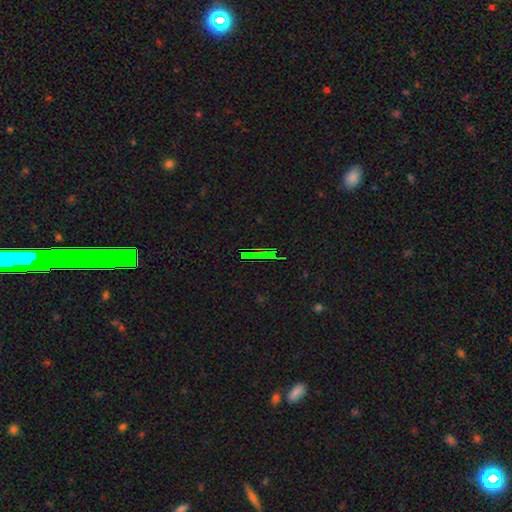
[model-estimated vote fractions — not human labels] smooth_or_featured: star or artifact (p=0.60) [alt: smooth p=0.26]